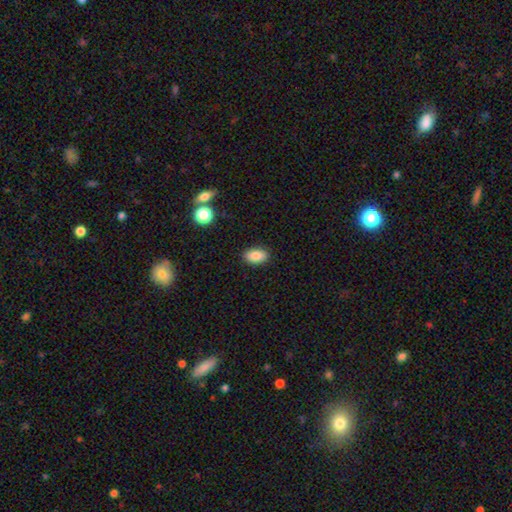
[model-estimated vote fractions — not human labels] This appears to be a smooth galaxy with no disk features (86%) that is in between round and cigar-shaped (90%). Merging: none (89%).